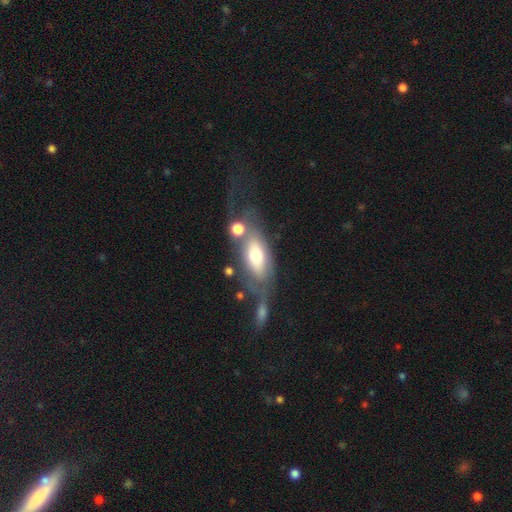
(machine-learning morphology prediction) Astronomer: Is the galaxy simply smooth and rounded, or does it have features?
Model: smooth — 51% (runner-up: featured or disk, 42%).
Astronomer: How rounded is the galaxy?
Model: in between — 83%.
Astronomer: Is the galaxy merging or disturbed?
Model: none — 31% (runner-up: merger, 26%).